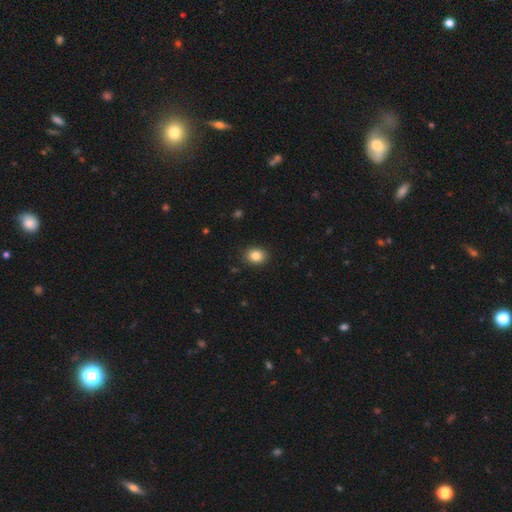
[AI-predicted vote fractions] smooth_or_featured: smooth (p=0.85) [alt: star or artifact p=0.10]
how_rounded: round (p=0.55) [alt: in between p=0.44]
merging: none (p=0.89) [alt: minor disturbance p=0.08]